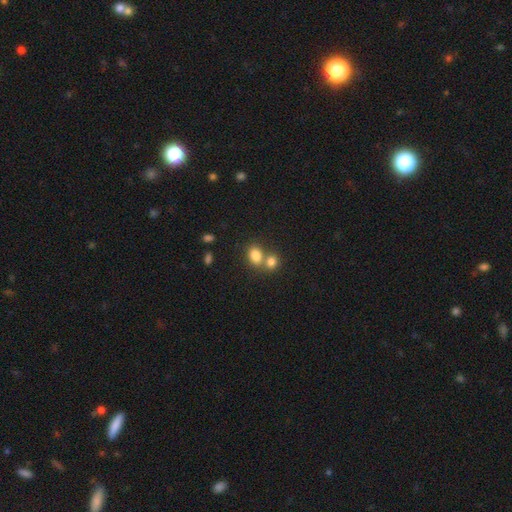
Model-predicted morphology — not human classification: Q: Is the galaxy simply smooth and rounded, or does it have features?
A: smooth — 82%.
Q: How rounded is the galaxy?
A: in between — 63%.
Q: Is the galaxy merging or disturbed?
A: merger — 48%.